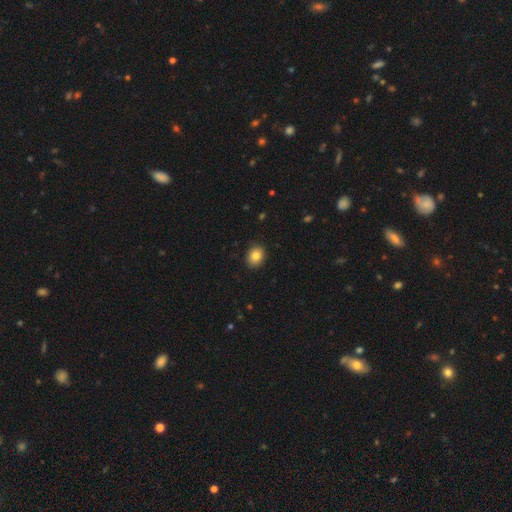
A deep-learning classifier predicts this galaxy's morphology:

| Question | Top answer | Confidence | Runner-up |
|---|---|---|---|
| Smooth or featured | smooth | 83% | star or artifact (9%) |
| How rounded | round | 55% | in between (44%) |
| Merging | none | 89% | minor disturbance (8%) |